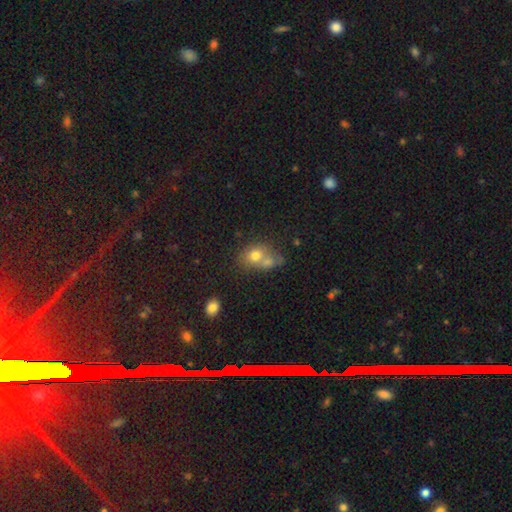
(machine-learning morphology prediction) Q: Smooth or featured?
A: smooth (72%); runner-up: featured or disk (18%)
Q: How rounded?
A: in between (56%); runner-up: round (43%)
Q: Merging?
A: merger (54%); runner-up: none (29%)